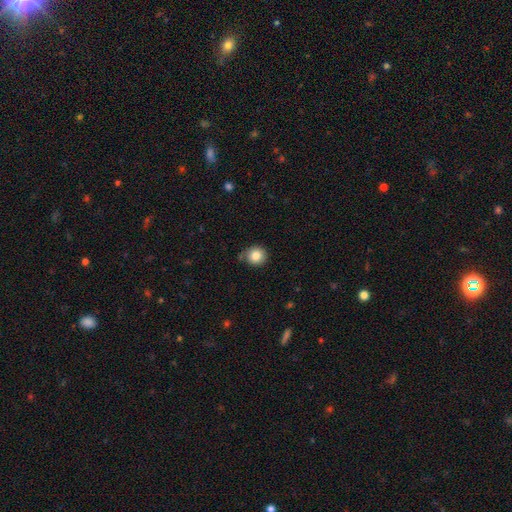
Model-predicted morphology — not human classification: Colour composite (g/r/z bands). It shows a smooth galaxy with no disk features (83%) that is round (90%). Merging: none (75%).